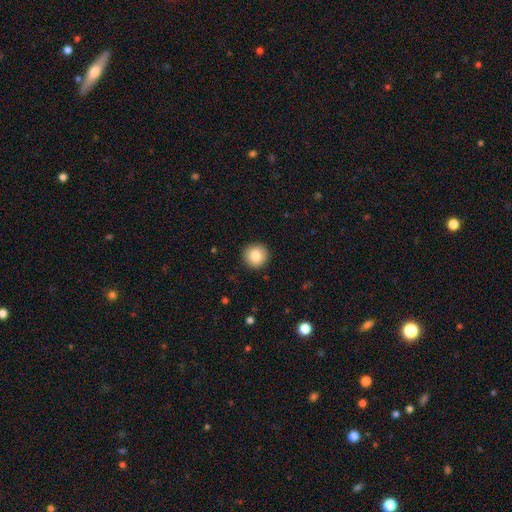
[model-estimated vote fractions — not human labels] Smooth or featured: smooth — 86% (star or artifact — 8%)
How rounded: round — 95% (in between — 4%)
Merging: none — 92% (minor disturbance — 5%)